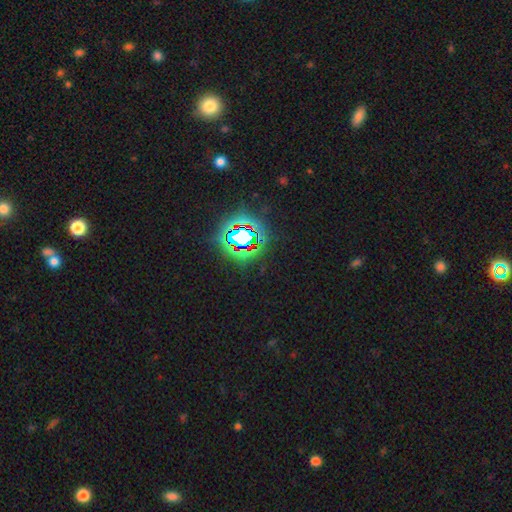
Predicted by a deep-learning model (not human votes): smooth_or_featured: star or artifact (p=0.79) [alt: smooth p=0.13]